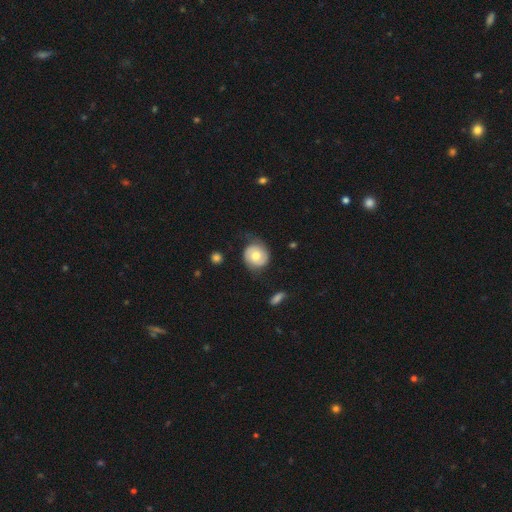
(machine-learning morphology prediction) smooth_or_featured: featured or disk (p=0.51) [alt: smooth p=0.43]
disk_edge_on: no (p=0.97) [alt: yes p=0.03]
merging: none (p=0.59) [alt: minor disturbance p=0.26]